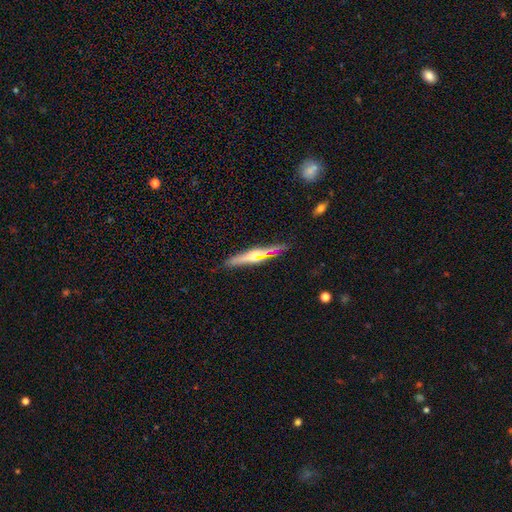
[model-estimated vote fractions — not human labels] The model was most divided on "smooth or featured": featured or disk: 57%, smooth: 34%, star or artifact: 9%. More confident: edge-on disk — yes (94%); merging — none (86%); edge-on bulge — rounded (84%).